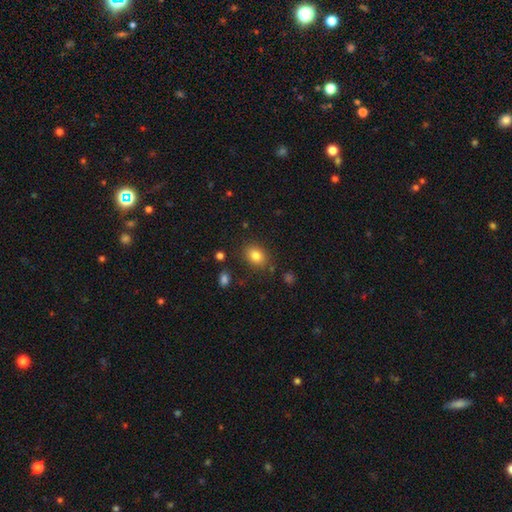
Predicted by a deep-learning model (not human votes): A smooth galaxy with no disk features (83%) that is in between round and cigar-shaped (63%).

Vote fractions:
- Smooth or featured? smooth: 83% / star or artifact: 10% / featured or disk: 7%
- How rounded? in between: 63% / round: 36% / cigar-shaped: 1%
- Merging? none: 82% / minor disturbance: 11% / major disturbance: 4% / merger: 3%